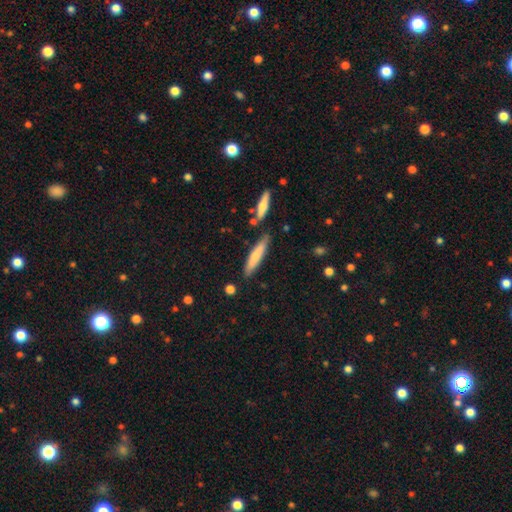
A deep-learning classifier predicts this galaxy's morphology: The model was most divided on "smooth or featured": smooth: 73%, featured or disk: 22%, star or artifact: 6%. More confident: how rounded — cigar-shaped (86%); merging — none (80%).